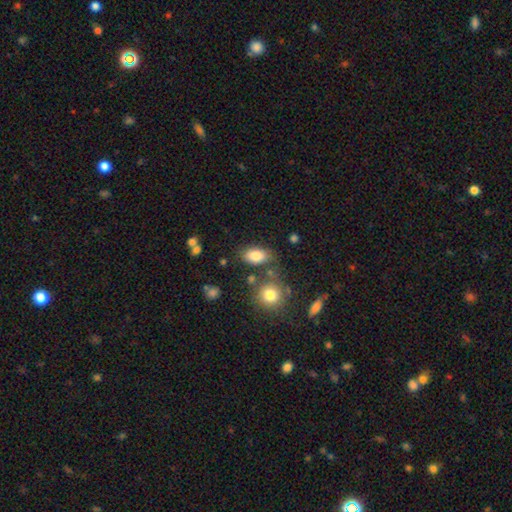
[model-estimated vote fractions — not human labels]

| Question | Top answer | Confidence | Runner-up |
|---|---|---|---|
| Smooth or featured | smooth | 83% | star or artifact (9%) |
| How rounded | in between | 87% | round (10%) |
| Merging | none | 70% | minor disturbance (16%) |